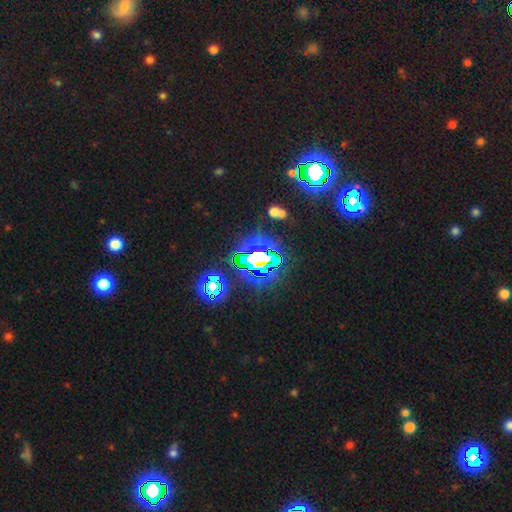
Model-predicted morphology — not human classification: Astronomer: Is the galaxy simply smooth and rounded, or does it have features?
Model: star or artifact — 76%.